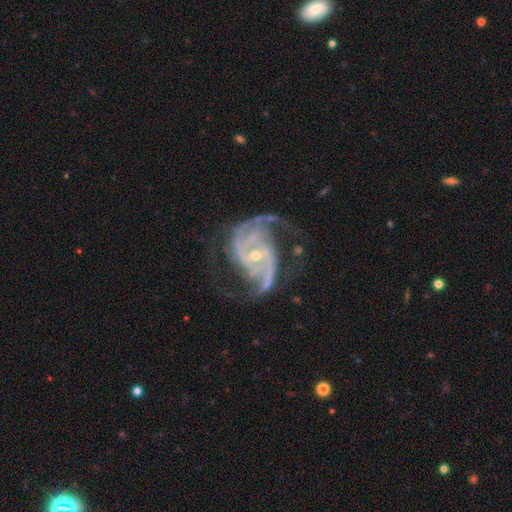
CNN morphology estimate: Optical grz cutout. It shows a featured or disk galaxy (92%) with no bar (42%), 2 (59%) medium (56%) spiral arms (98%) and a small central bulge (66%). Merging: none (63%).